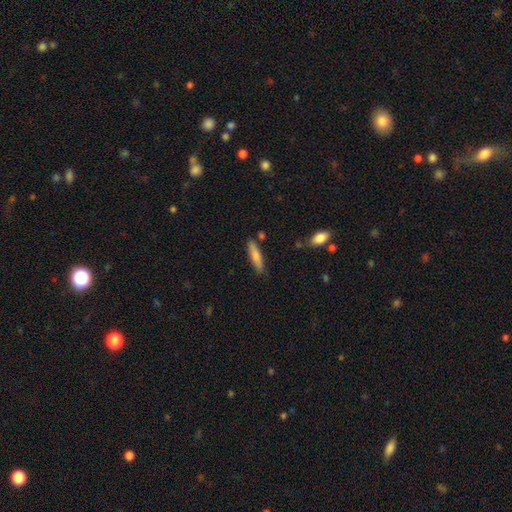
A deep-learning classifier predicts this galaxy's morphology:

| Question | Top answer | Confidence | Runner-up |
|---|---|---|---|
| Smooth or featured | smooth | 76% | featured or disk (18%) |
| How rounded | cigar-shaped | 82% | in between (16%) |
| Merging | none | 84% | minor disturbance (11%) |